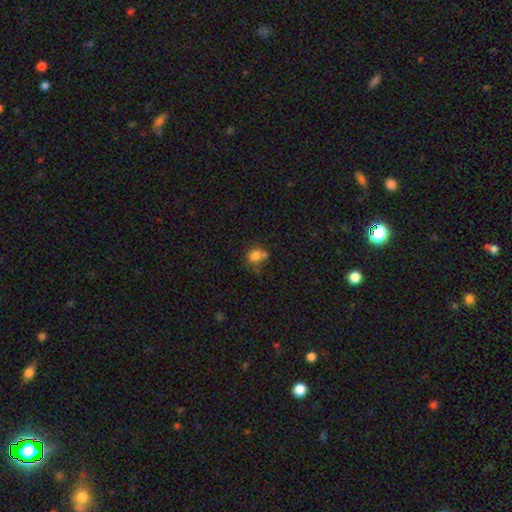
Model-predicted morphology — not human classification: Smooth or featured? smooth (77%)
How rounded? round (60%)
Merging? none (44%)